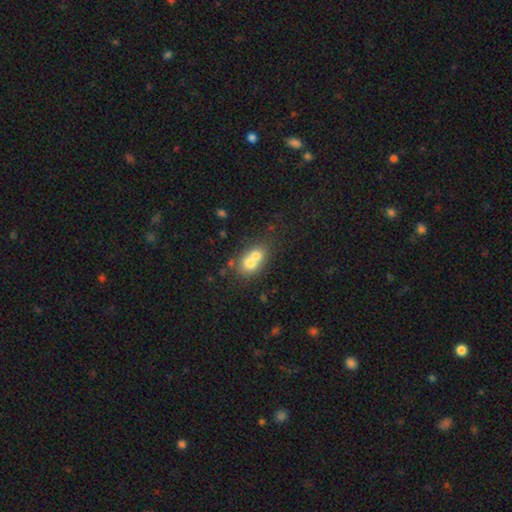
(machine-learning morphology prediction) Q: Smooth or featured?
A: smooth (66%); runner-up: featured or disk (24%)
Q: How rounded?
A: round (59%); runner-up: in between (40%)
Q: Merging?
A: merger (71%); runner-up: none (21%)